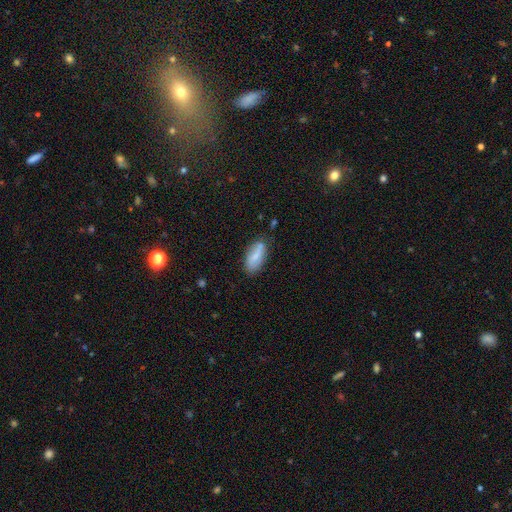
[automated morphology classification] A smooth galaxy with no disk features (69%) that is in between round and cigar-shaped (83%). Merging: none (69%).